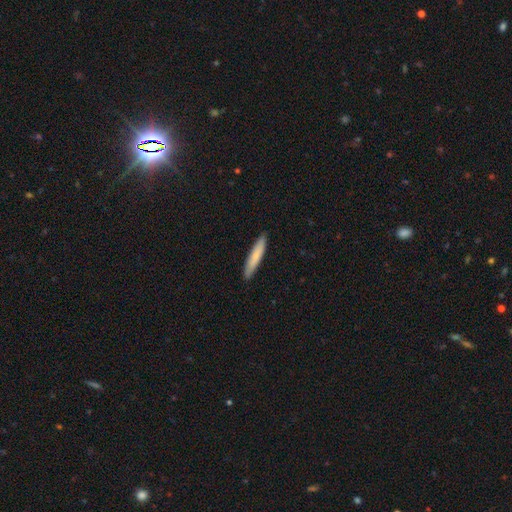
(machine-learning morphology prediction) Smooth or featured? Predicted: smooth (p=0.79). How rounded? Predicted: cigar-shaped (p=0.92). Merging? Predicted: none (p=0.90).